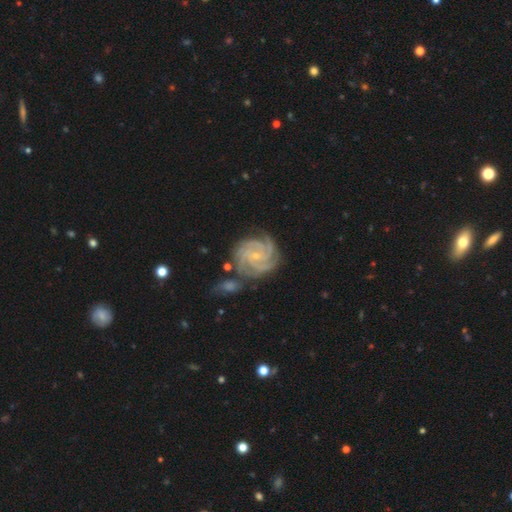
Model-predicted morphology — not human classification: A featured or disk galaxy (91%) with no bar (55%), 4 (47%) tight (75%) spiral arms (99%) and a small central bulge (78%).

Vote fractions:
- Smooth or featured? featured or disk: 91% / star or artifact: 5% / smooth: 4%
- Edge-on disk? no: 98% / yes: 2%
- Bar? no: 55% / weak: 33% / strong: 12%
- Spiral arms? yes: 99% / no: 1%
- Spiral winding? tight: 75% / medium: 22% / loose: 3%
- Spiral arm count? 4: 47% / 3: 24% / more than 4: 9% / can't tell: 8% / 2: 7% / 1: 5%
- Bulge size? small: 78% / moderate: 17% / none: 2% / large: 1% / dominant: 1%
- Merging? none: 67% / minor disturbance: 18% / merger: 9% / major disturbance: 6%